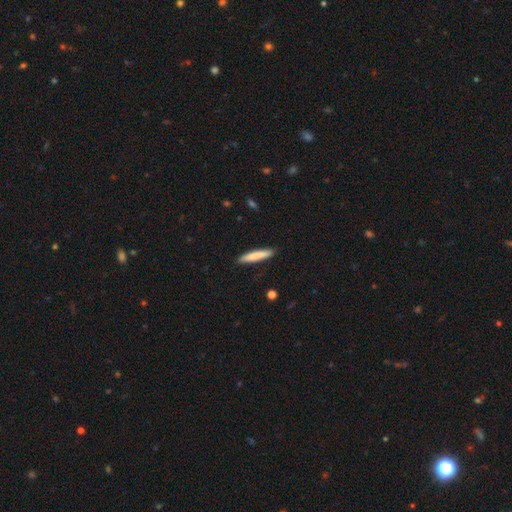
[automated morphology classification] Overall: smooth (80%). How rounded: cigar-shaped (91%). Merging: none (90%).